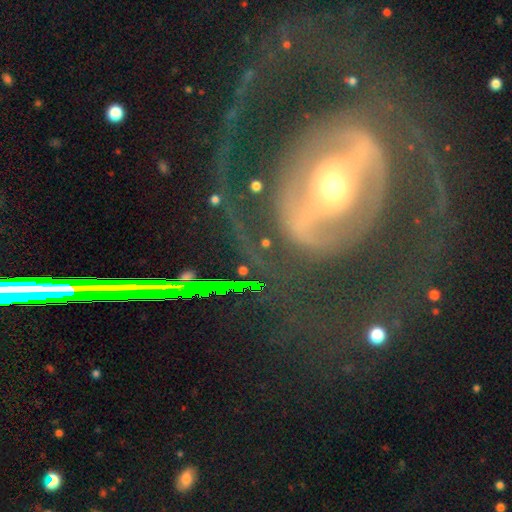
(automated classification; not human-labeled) A featured or disk galaxy (81%) with a strong bar (61%), 2 (78%) medium (41%) spiral arms (70%) and a moderate central bulge (63%).

Vote fractions:
- Smooth or featured? featured or disk: 81% / smooth: 10% / star or artifact: 8%
- Edge-on disk? no: 93% / yes: 7%
- Bar? strong: 61% / weak: 24% / no: 15%
- Spiral arms? yes: 70% / no: 30%
- Spiral winding? medium: 41% / tight: 31% / loose: 27%
- Spiral arm count? 2: 78% / can't tell: 12% / 1: 4% / 3: 3% / 4: 2% / more than 4: 2%
- Bulge size? moderate: 63% / small: 24% / large: 10% / dominant: 2% / none: 1%
- Merging? none: 68% / major disturbance: 19% / minor disturbance: 11% / merger: 2%